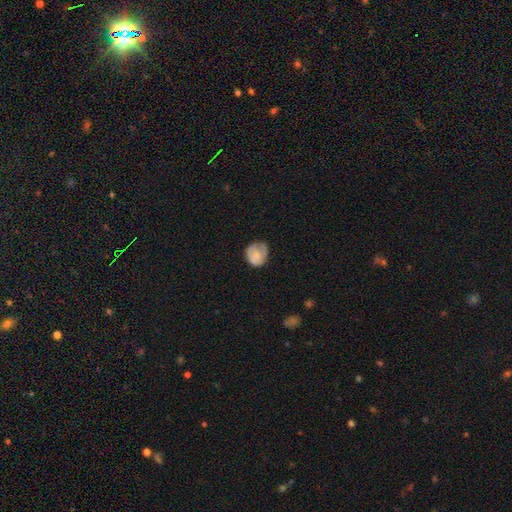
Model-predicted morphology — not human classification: A smooth galaxy with no disk features (67%) that is round (75%). Merging: none (55%).